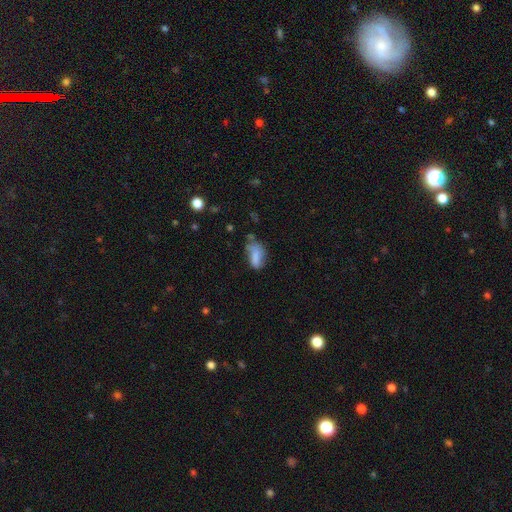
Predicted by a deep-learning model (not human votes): Smooth or featured? Predicted: smooth (p=0.77). How rounded? Predicted: in between (p=0.86). Merging? Predicted: none (p=0.41).